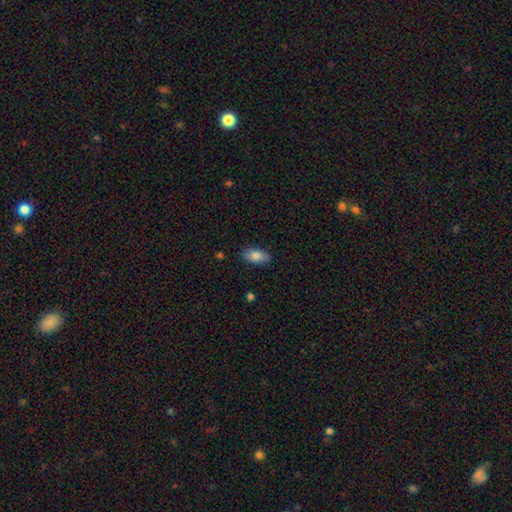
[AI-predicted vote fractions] Overall: smooth (82%). How rounded: in between (90%). Merging: none (85%).